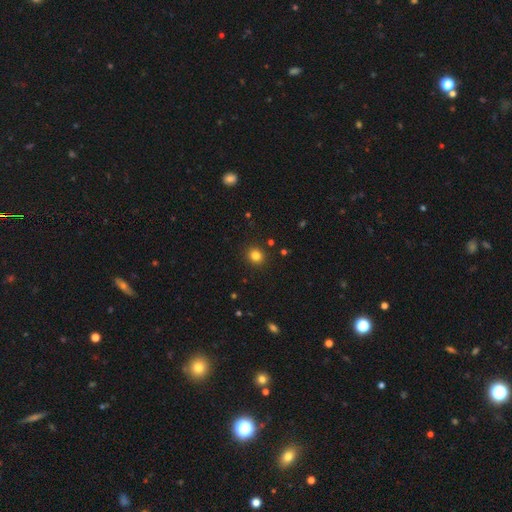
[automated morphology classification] The model was most divided on "smooth or featured": smooth: 82%, star or artifact: 13%, featured or disk: 5%. More confident: merging — none (91%); how rounded — round (85%).